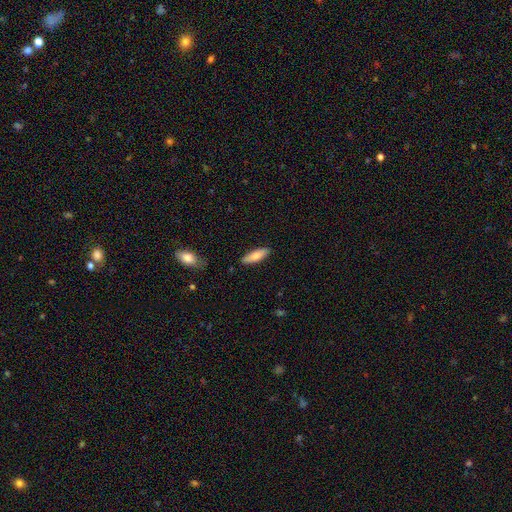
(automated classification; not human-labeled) This appears to be a smooth galaxy with no disk features (79%) that is cigar-shaped (53%). Merging: none (87%).